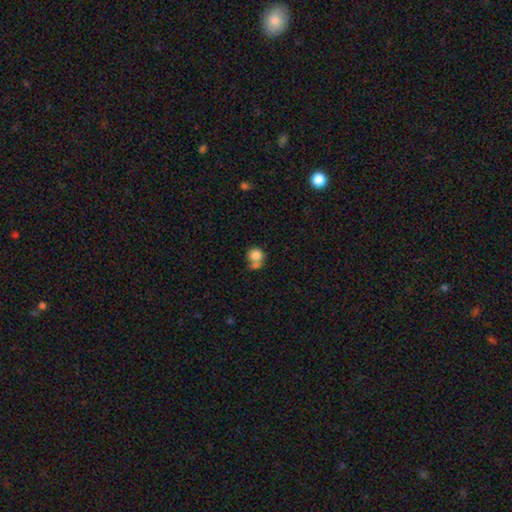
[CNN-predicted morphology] Overall: smooth (81%). How rounded: round (77%). Merging: merger (42%; none 37%).